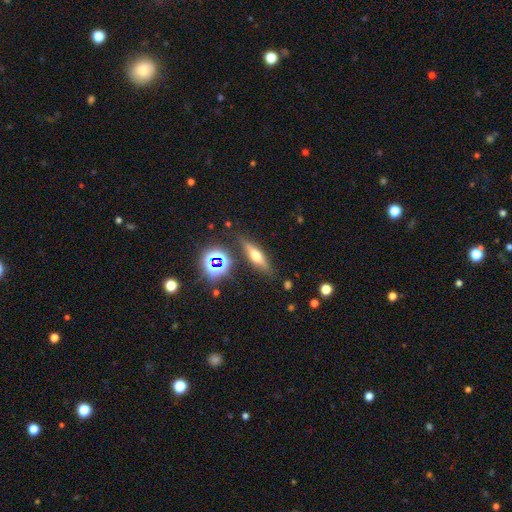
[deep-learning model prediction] A featured or disk galaxy (47%). Merging: none (82%).